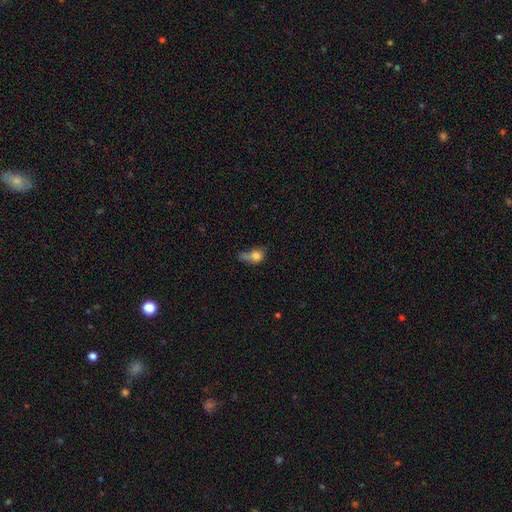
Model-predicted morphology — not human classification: Q: Smooth or featured?
A: smooth (75%); runner-up: featured or disk (14%)
Q: How rounded?
A: round (57%); runner-up: in between (40%)
Q: Merging?
A: merger (30%); runner-up: none (28%)